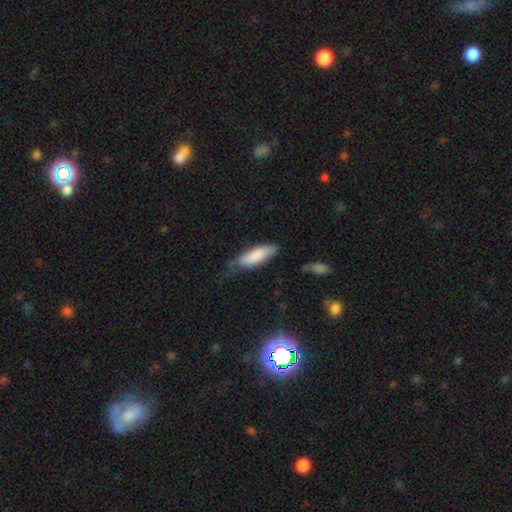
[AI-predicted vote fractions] This is likely a smooth galaxy (79%). How rounded: possibly in between (60%). Merging: possibly none (50%).